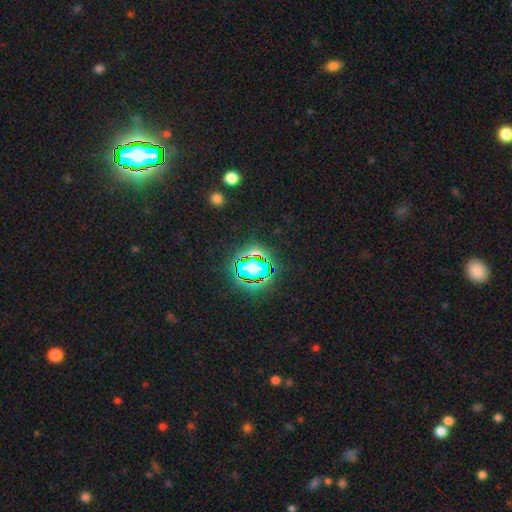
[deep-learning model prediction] Smooth or featured? Predicted: star or artifact (p=0.81).